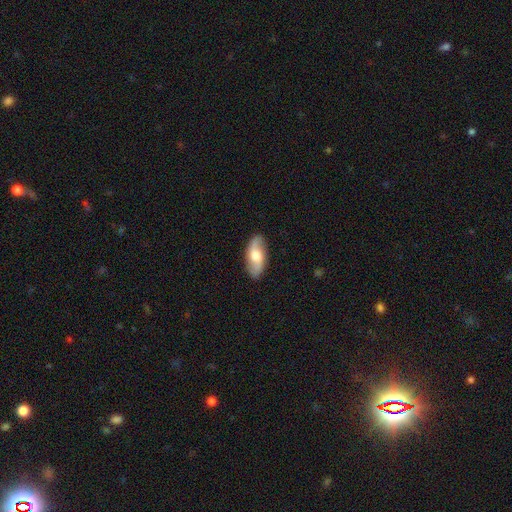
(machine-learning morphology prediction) featured or disk 57%, smooth 37%, star or artifact 6%. Down the decision tree: edge-on disk — no (86%); merging — none (86%).